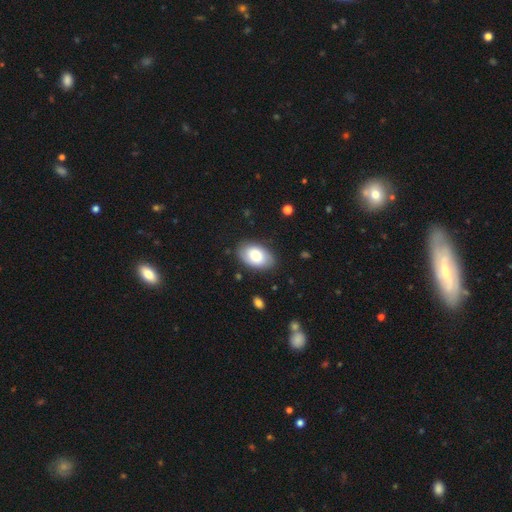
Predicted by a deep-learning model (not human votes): The model was most divided on "smooth or featured": smooth: 77%, featured or disk: 17%, star or artifact: 6%. More confident: how rounded — in between (92%); merging — none (83%).